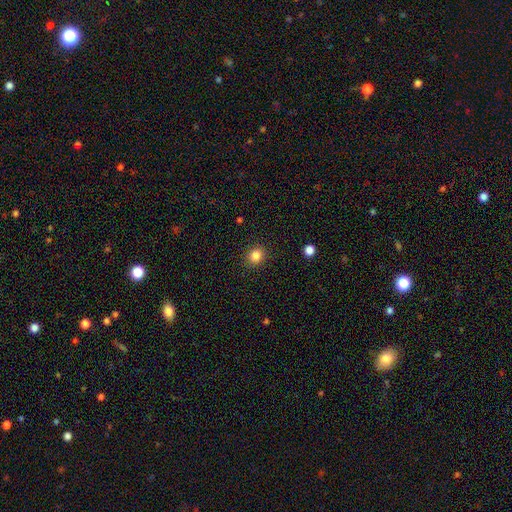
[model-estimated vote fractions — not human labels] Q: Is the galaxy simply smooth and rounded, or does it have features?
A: smooth — 85%.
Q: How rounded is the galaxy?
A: round — 73%.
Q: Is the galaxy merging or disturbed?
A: none — 89%.